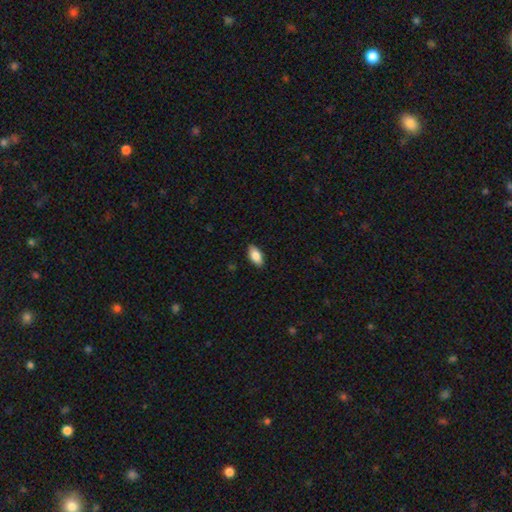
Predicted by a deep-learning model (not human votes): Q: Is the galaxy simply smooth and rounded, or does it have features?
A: smooth — 85%.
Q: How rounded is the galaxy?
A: in between — 91%.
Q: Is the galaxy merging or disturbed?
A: none — 88%.